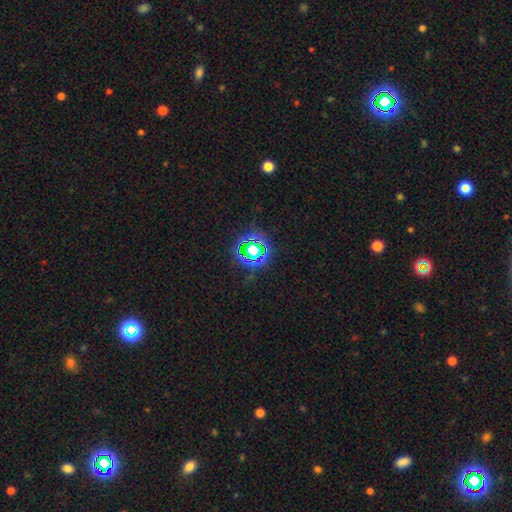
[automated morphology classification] This appears to be a star or artifact, not a galaxy (74%).